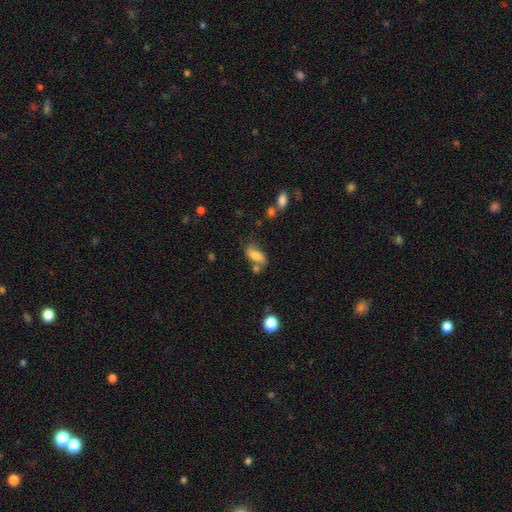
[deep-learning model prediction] Q: Smooth or featured?
A: smooth (74%); runner-up: featured or disk (17%)
Q: How rounded?
A: in between (85%); runner-up: cigar-shaped (11%)
Q: Merging?
A: none (46%); runner-up: minor disturbance (23%)